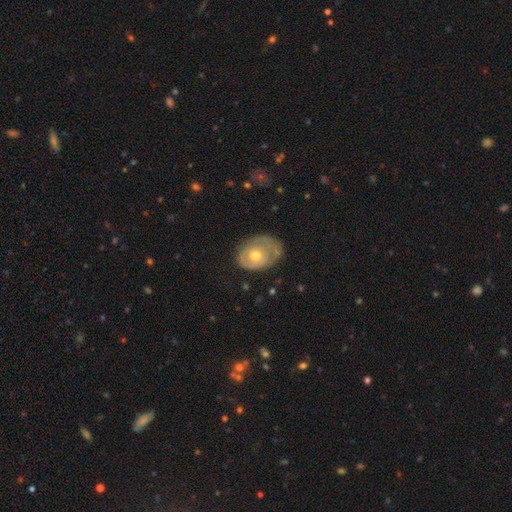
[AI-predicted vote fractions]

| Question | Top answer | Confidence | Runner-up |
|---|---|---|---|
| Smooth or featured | featured or disk | 48% | smooth (46%) |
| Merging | none | 50% | minor disturbance (33%) |